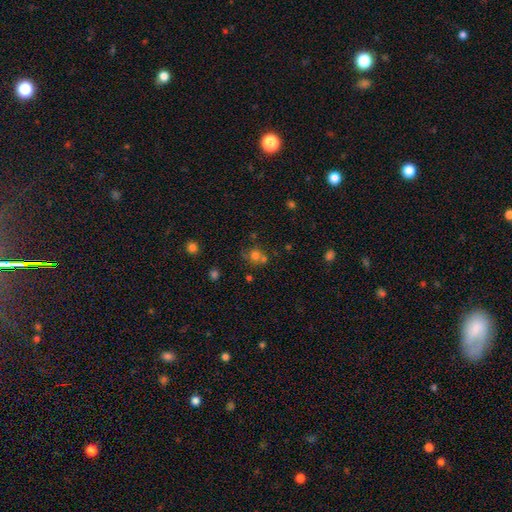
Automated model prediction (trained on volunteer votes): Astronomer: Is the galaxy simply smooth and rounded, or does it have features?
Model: smooth — 67%.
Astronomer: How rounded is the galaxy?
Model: round — 81%.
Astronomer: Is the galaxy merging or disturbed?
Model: none — 50% (runner-up: merger, 33%).